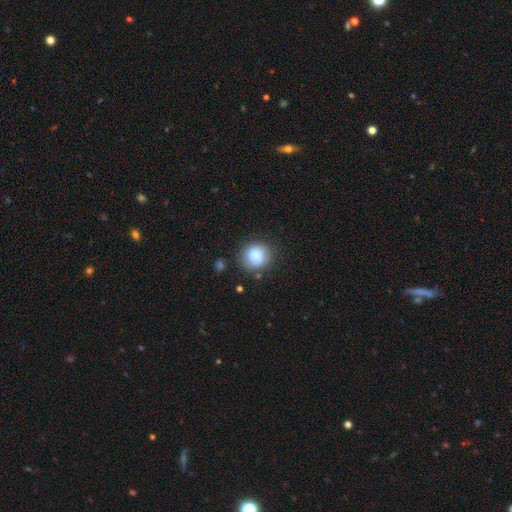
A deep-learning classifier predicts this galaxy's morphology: A smooth galaxy with no disk features (82%) that is round (84%). Merging: none (72%).